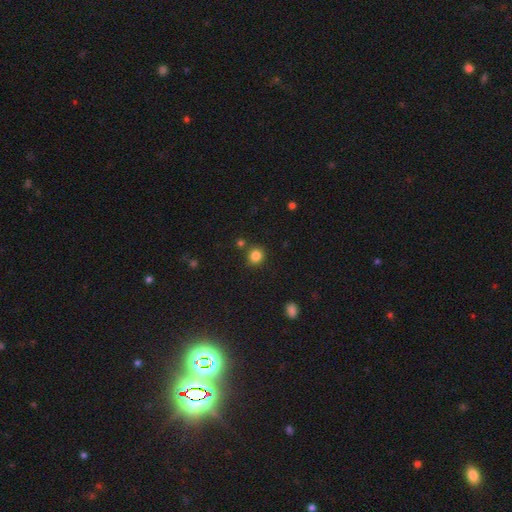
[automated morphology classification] type=smooth (84%); roundness=round (83%); merging=none (82%).